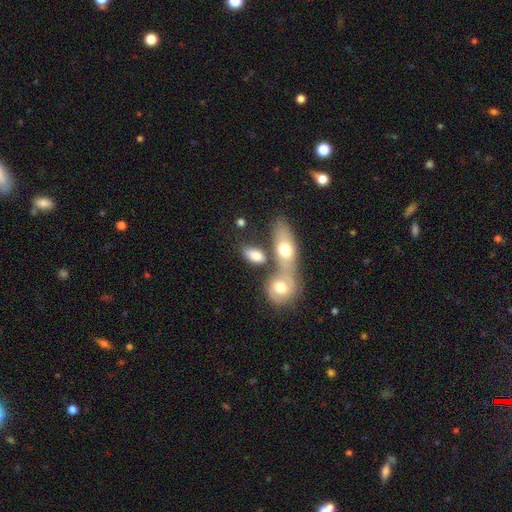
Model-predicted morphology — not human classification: smooth-or-featured: smooth: 73% | featured or disk: 20% | star or artifact: 7%
  how-rounded: in between: 82% | round: 9% | cigar-shaped: 8%
  merging: merger: 42% | none: 38% | minor disturbance: 13% | major disturbance: 7%